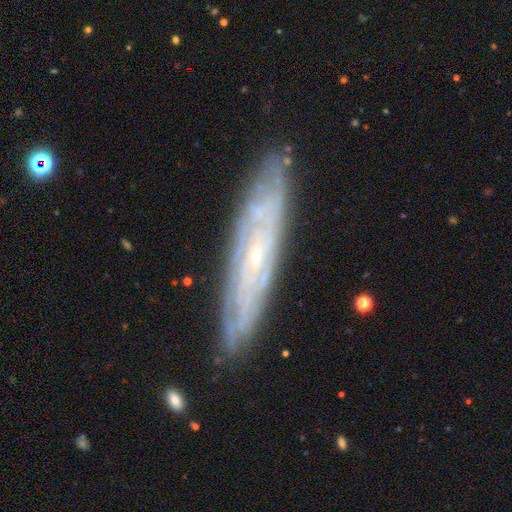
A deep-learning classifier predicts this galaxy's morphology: featured or disk 77%, smooth 15%, star or artifact 8%. Down the decision tree: edge-on disk — no (60%); merging — none (85%).